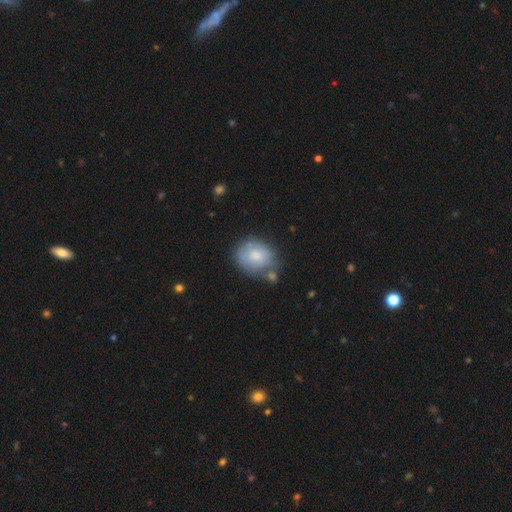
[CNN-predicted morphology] Q: Smooth or featured?
A: smooth (71%); runner-up: featured or disk (22%)
Q: How rounded?
A: round (66%); runner-up: in between (33%)
Q: Merging?
A: none (54%); runner-up: minor disturbance (24%)